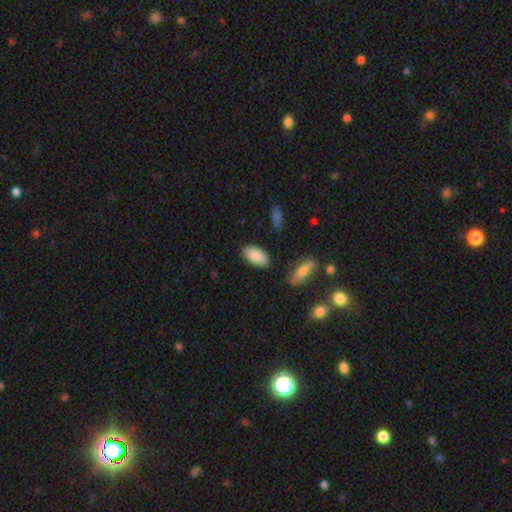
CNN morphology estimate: Smooth or featured? smooth (86%)
How rounded? in between (94%)
Merging? none (84%)